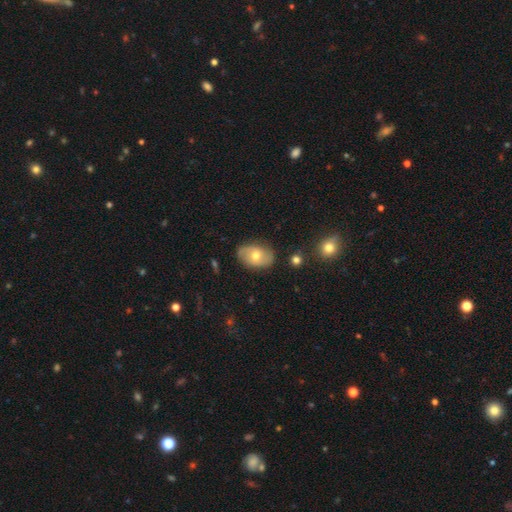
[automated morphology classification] A smooth galaxy with no disk features (49%).

Vote fractions:
- Smooth or featured? smooth: 49% / featured or disk: 43% / star or artifact: 8%
- Merging? none: 79% / minor disturbance: 16% / major disturbance: 4% / merger: 2%